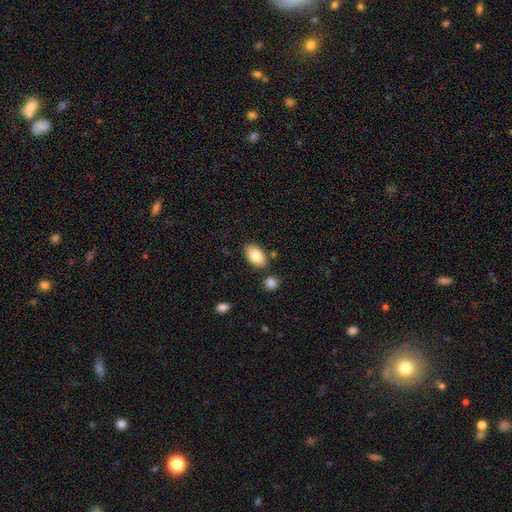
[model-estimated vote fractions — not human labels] Smooth or featured: smooth — 81% (featured or disk — 12%)
How rounded: in between — 93% (round — 5%)
Merging: none — 81% (minor disturbance — 11%)